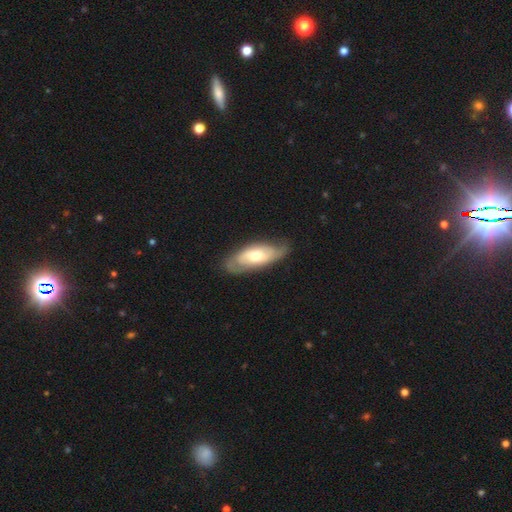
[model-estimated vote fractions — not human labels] A featured or disk galaxy (55%).

Vote fractions:
- Smooth or featured? featured or disk: 55% / smooth: 39% / star or artifact: 5%
- Edge-on disk? no: 80% / yes: 20%
- Merging? none: 74% / minor disturbance: 20% / major disturbance: 5% / merger: 1%